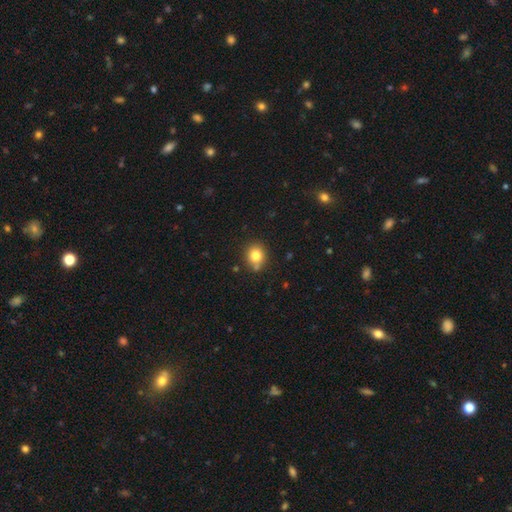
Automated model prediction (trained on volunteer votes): A smooth galaxy with no disk features (80%) that is round (79%).

Vote fractions:
- Smooth or featured? smooth: 80% / star or artifact: 12% / featured or disk: 8%
- How rounded? round: 79% / in between: 20% / cigar-shaped: 1%
- Merging? none: 75% / minor disturbance: 14% / merger: 8% / major disturbance: 3%